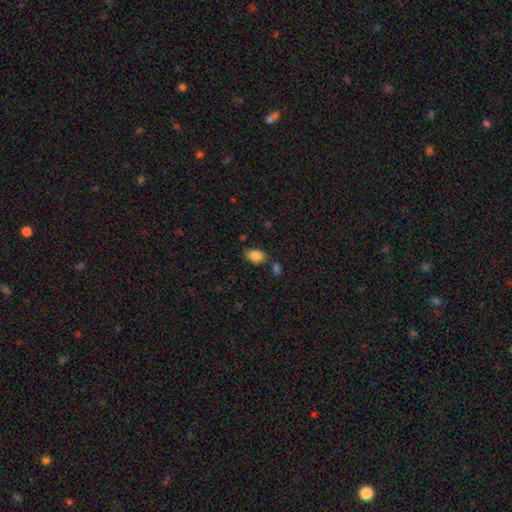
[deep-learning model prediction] Smooth or featured? smooth (85%)
How rounded? in between (88%)
Merging? none (67%)